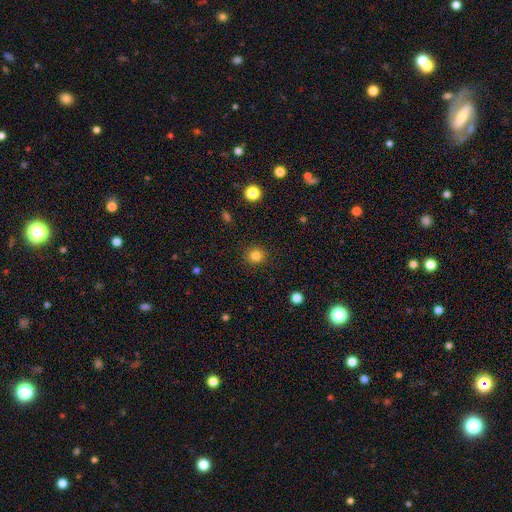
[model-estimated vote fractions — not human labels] smooth_or_featured: smooth (p=0.83) [alt: star or artifact p=0.12]
how_rounded: round (p=0.90) [alt: in between p=0.09]
merging: none (p=0.91) [alt: minor disturbance p=0.06]